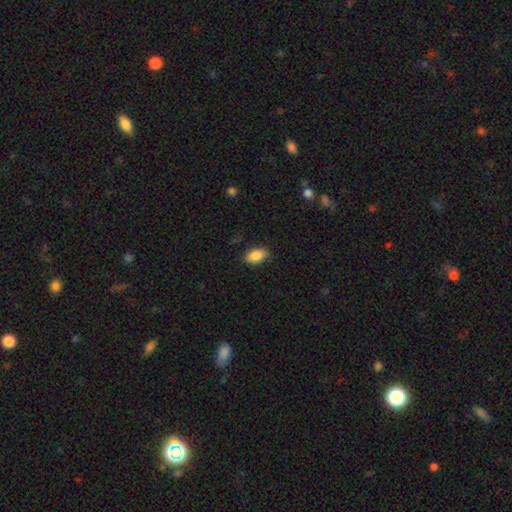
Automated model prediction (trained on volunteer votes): This is clearly a smooth galaxy (87%). How rounded: clearly in between (91%). Merging: clearly none (83%).